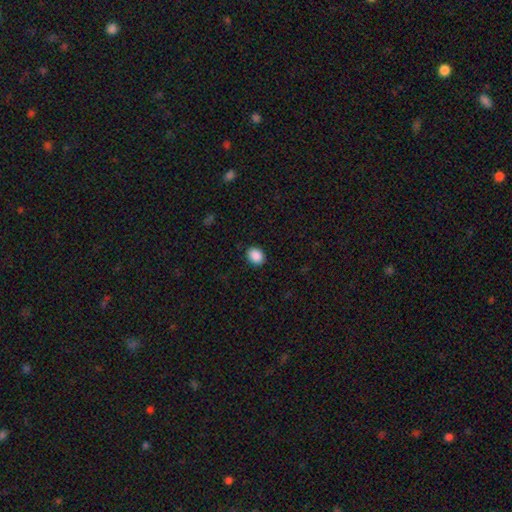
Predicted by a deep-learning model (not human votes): Smooth or featured? smooth (90%)
How rounded? in between (63%)
Merging? none (89%)